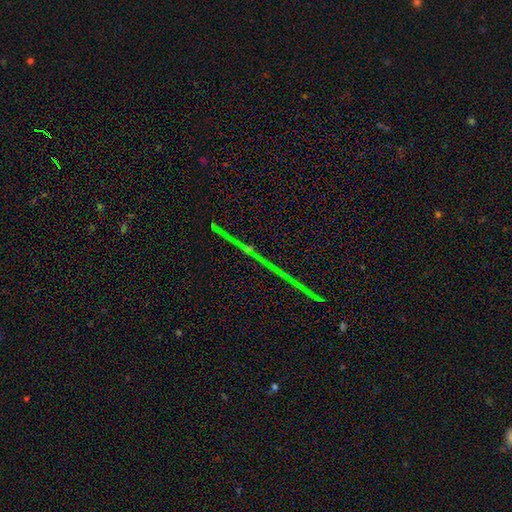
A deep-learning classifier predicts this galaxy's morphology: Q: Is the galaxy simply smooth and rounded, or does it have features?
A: star or artifact — 72%.